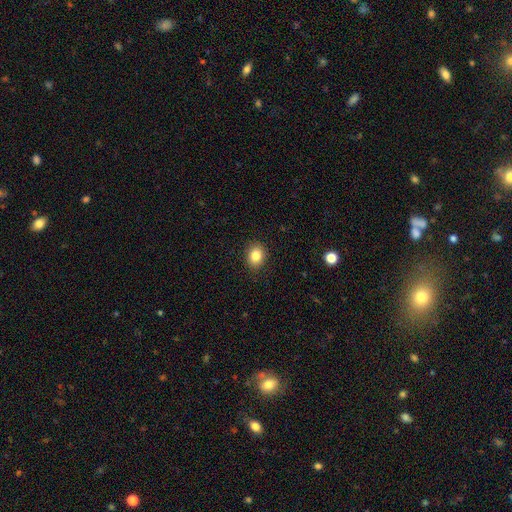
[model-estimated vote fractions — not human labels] The model was most divided on "how rounded": in between: 50%, round: 49%, cigar-shaped: 1%. More confident: merging — none (89%); smooth or featured — smooth (84%).